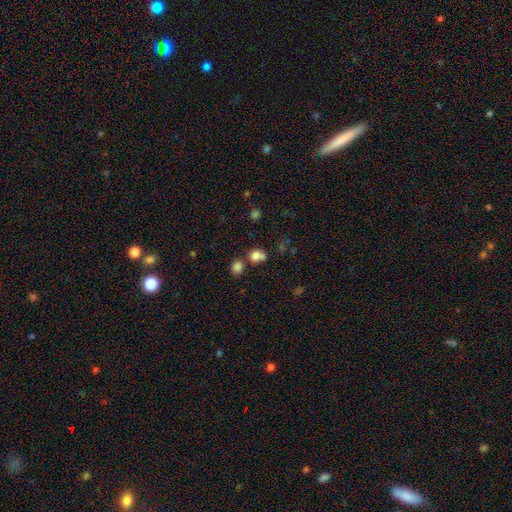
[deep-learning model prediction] smooth-or-featured: smooth: 79% | star or artifact: 13% | featured or disk: 8%
  how-rounded: round: 69% | in between: 30% | cigar-shaped: 1%
  merging: none: 48% | merger: 35% | minor disturbance: 12% | major disturbance: 5%